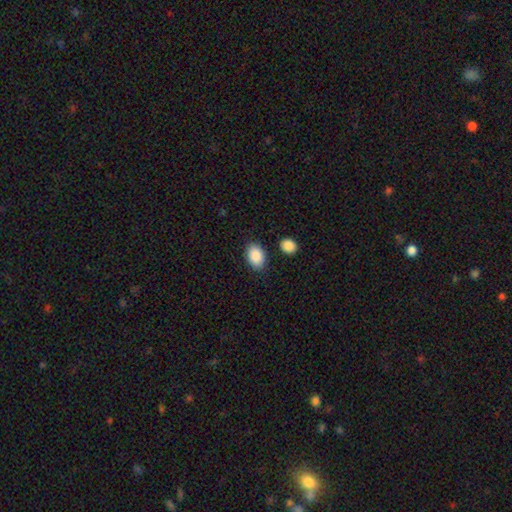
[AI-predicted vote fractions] Q: Smooth or featured?
A: smooth (90%); runner-up: star or artifact (6%)
Q: How rounded?
A: in between (86%); runner-up: round (13%)
Q: Merging?
A: none (84%); runner-up: minor disturbance (10%)